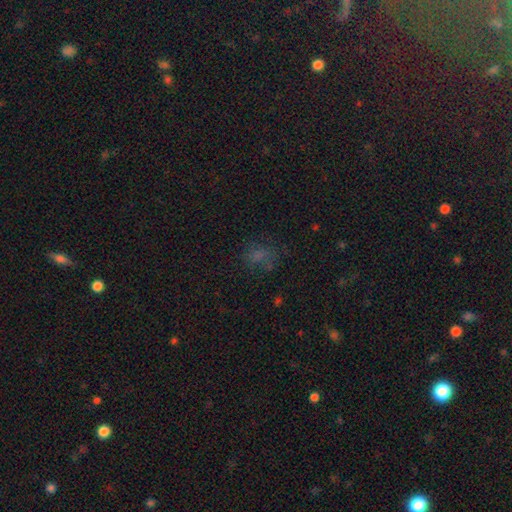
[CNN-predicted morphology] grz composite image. It shows a smooth galaxy with no disk features (52%) that is in between round and cigar-shaped (53%). Merging: none (63%).